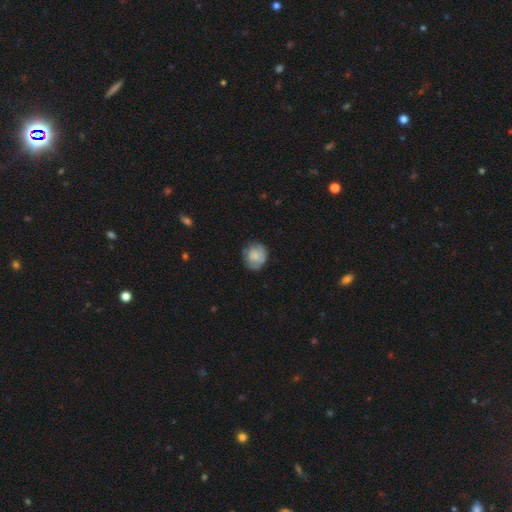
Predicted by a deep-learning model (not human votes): This appears to be a smooth galaxy with no disk features (68%) that is round (79%). Merging: none (68%).